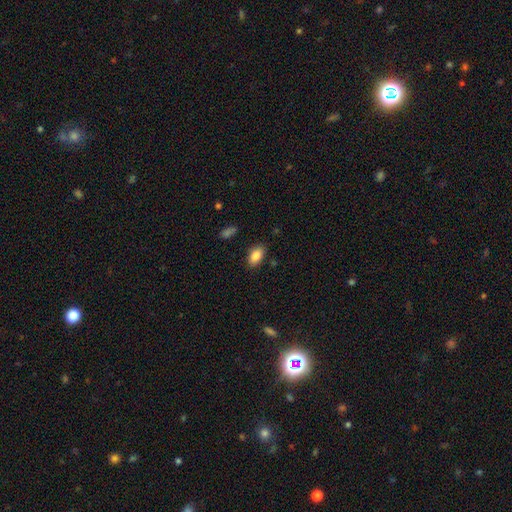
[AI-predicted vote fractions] smooth_or_featured: smooth (p=0.87) [alt: star or artifact p=0.08]
how_rounded: in between (p=0.91) [alt: round p=0.06]
merging: none (p=0.85) [alt: minor disturbance p=0.11]